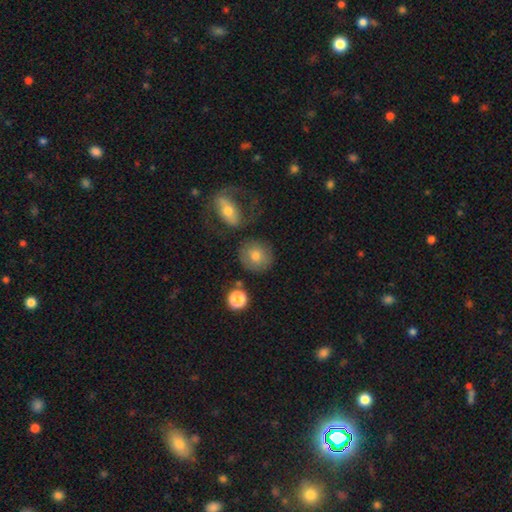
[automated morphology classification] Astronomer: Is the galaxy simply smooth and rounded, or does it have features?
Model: smooth — 74%.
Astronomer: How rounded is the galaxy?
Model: round — 86%.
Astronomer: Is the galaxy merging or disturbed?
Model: none — 75%.